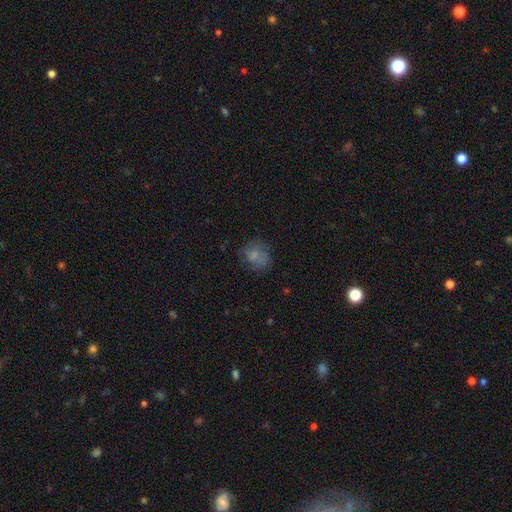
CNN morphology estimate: smooth 68%, featured or disk 20%, star or artifact 12%. Down the decision tree: how rounded — round (69%); merging — none (59%).